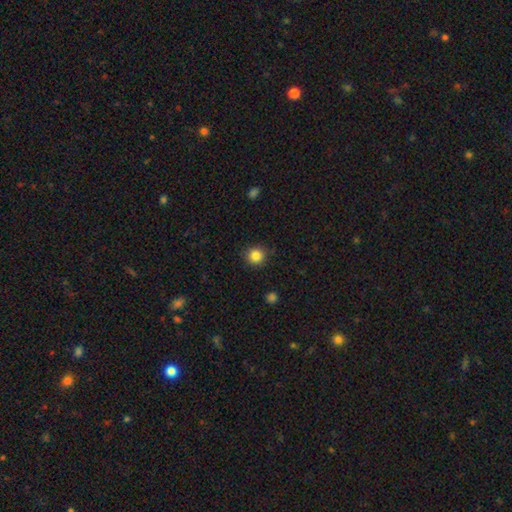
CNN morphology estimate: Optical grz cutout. It shows a smooth galaxy with no disk features (85%) that is round (92%). Merging: none (88%).